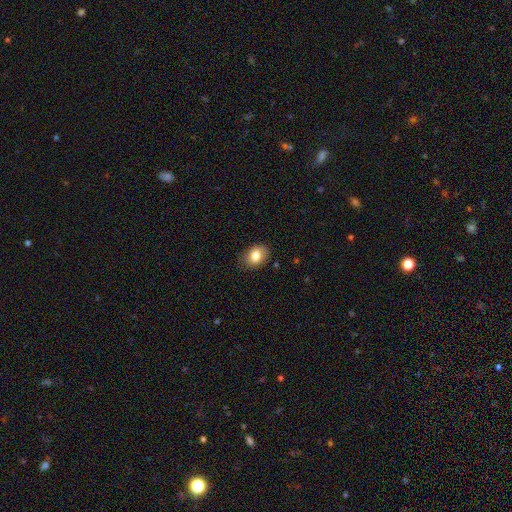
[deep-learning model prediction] Smooth or featured? smooth (82%)
How rounded? in between (71%)
Merging? none (80%)